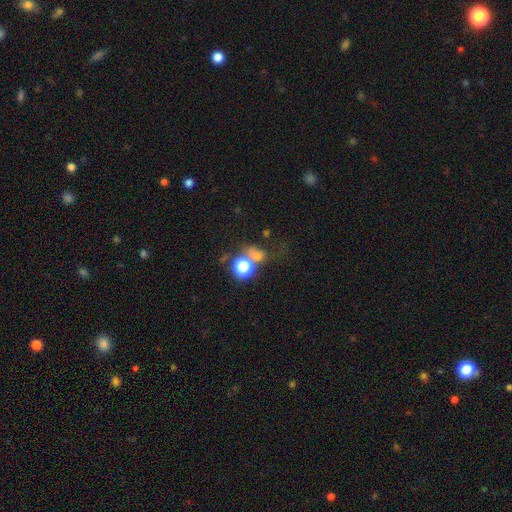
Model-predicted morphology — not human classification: A smooth galaxy with no disk features (58%) that is round (73%).

Vote fractions:
- Smooth or featured? smooth: 58% / star or artifact: 29% / featured or disk: 13%
- How rounded? round: 73% / in between: 25% / cigar-shaped: 2%
- Merging? none: 45% / merger: 31% / major disturbance: 12% / minor disturbance: 11%